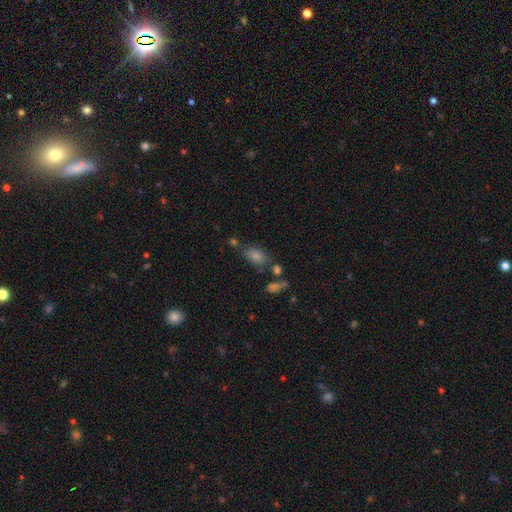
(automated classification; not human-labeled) This appears to be a smooth galaxy with no disk features (66%) that is in between round and cigar-shaped (80%). Merging: none (69%).